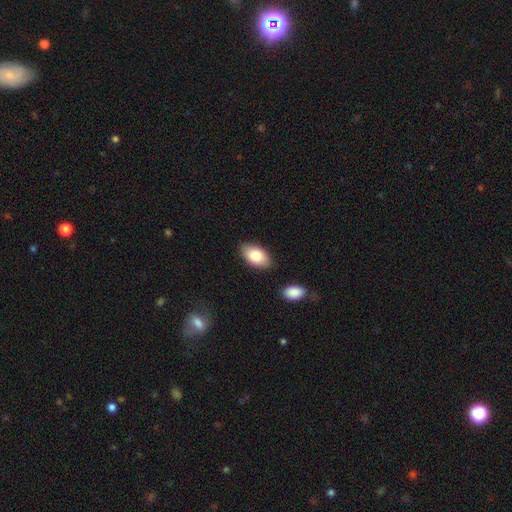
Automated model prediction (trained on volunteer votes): This appears to be a smooth galaxy with no disk features (81%) that is in between round and cigar-shaped (94%). Merging: none (85%).